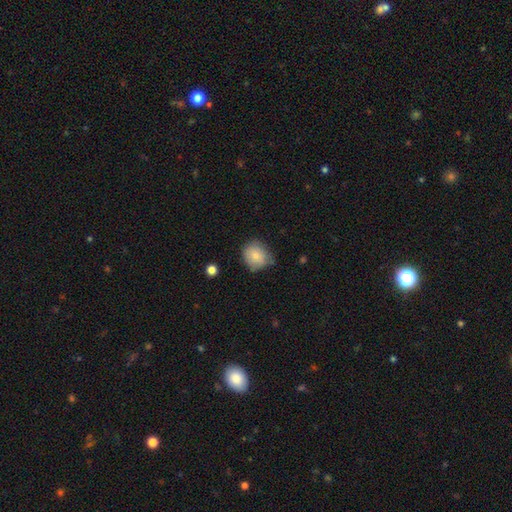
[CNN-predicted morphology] Smooth or featured?
  - smooth: 78% *
  - featured or disk: 13%
  - star or artifact: 8%
How rounded?
  - round: 75% *
  - in between: 24%
  - cigar-shaped: 1%
Merging?
  - none: 59% *
  - minor disturbance: 32%
  - major disturbance: 6%
  - merger: 3%